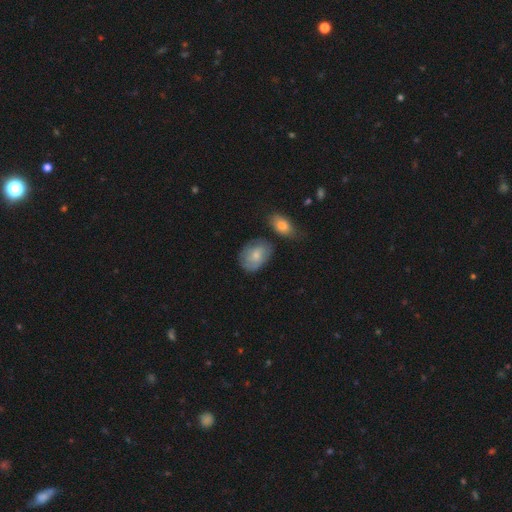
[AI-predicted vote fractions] This appears to be a smooth galaxy with no disk features (61%) that is in between round and cigar-shaped (75%). Merging: none (64%).